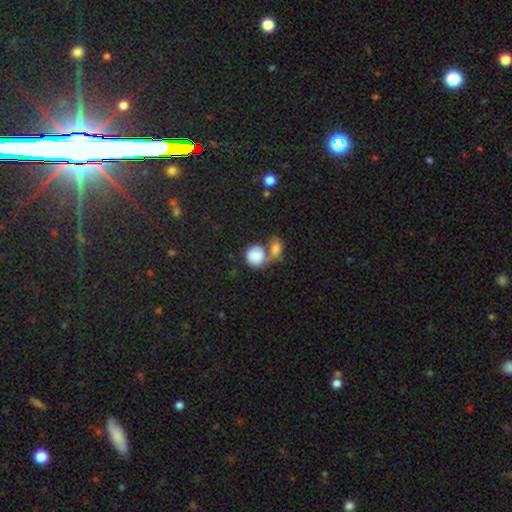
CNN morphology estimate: Smooth or featured: smooth — 83% (featured or disk — 10%)
How rounded: round — 75% (in between — 24%)
Merging: merger — 53% (none — 29%)